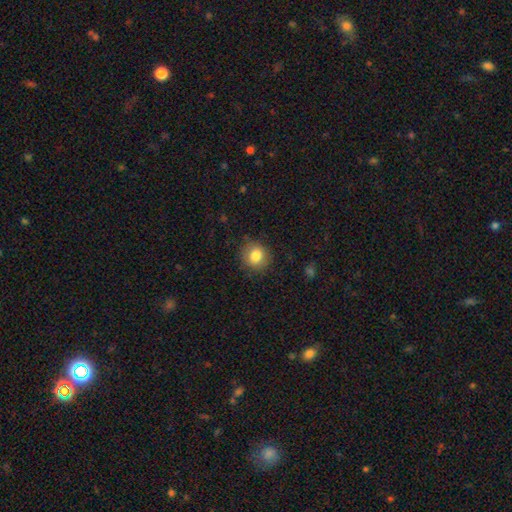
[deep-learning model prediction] smooth 83%, star or artifact 10%, featured or disk 7%. Down the decision tree: how rounded — round (85%); merging — none (85%).